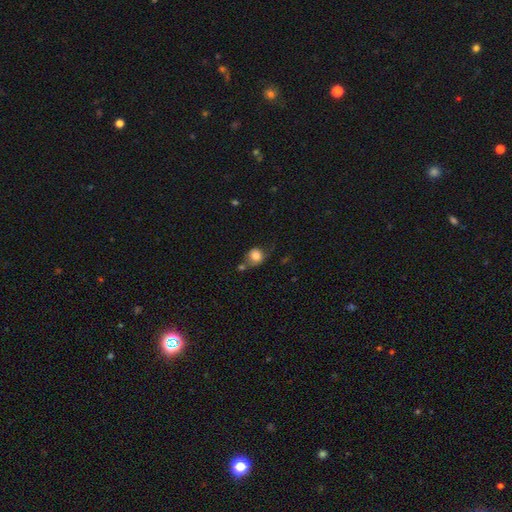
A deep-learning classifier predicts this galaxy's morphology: type=smooth (80%); roundness=round (78%); merging=none (50%).